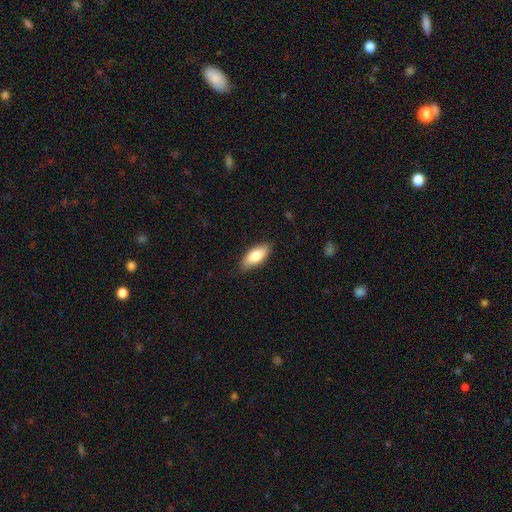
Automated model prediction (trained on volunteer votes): Smooth or featured: smooth — 80% (featured or disk — 14%)
How rounded: in between — 84% (cigar-shaped — 14%)
Merging: none — 85% (minor disturbance — 12%)